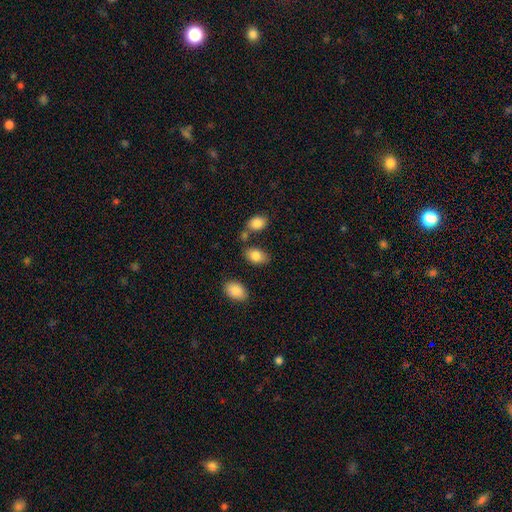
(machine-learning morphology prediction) Q: Smooth or featured?
A: smooth (84%); runner-up: featured or disk (8%)
Q: How rounded?
A: in between (89%); runner-up: round (10%)
Q: Merging?
A: none (73%); runner-up: minor disturbance (14%)